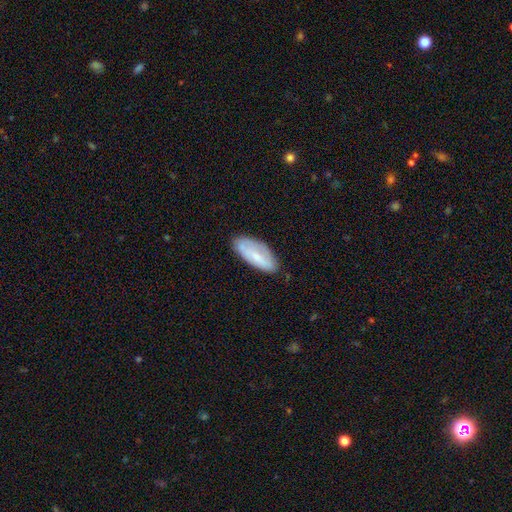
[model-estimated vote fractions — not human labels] A smooth galaxy with no disk features (62%) that is in between round and cigar-shaped (80%).

Vote fractions:
- Smooth or featured? smooth: 62% / featured or disk: 32% / star or artifact: 6%
- How rounded? in between: 80% / cigar-shaped: 18% / round: 2%
- Merging? none: 75% / minor disturbance: 19% / major disturbance: 4% / merger: 2%